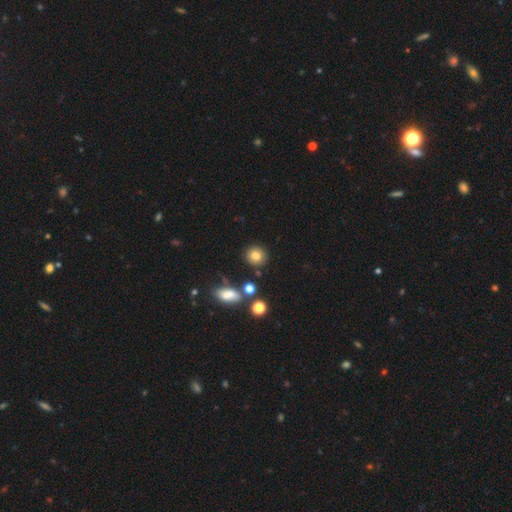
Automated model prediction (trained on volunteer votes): The model was most divided on "smooth or featured": smooth: 78%, star or artifact: 12%, featured or disk: 10%. More confident: how rounded — round (86%); merging — none (85%).